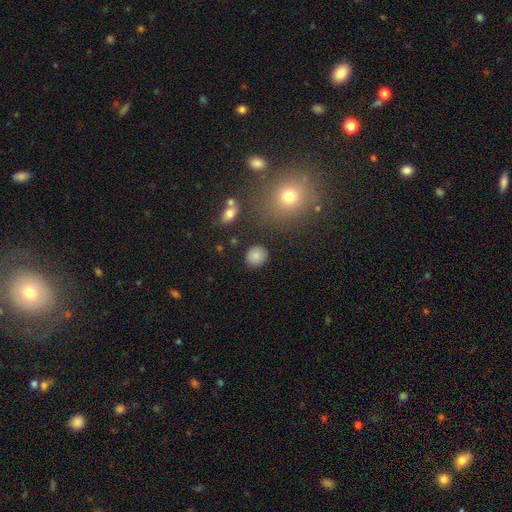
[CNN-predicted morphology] A smooth galaxy with no disk features (84%) that is round (83%). Merging: none (87%).